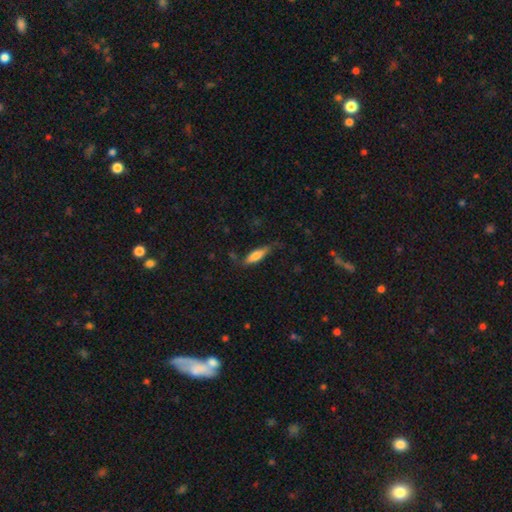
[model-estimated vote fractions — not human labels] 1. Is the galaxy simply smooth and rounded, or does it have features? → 71% smooth, 23% featured or disk, 6% star or artifact.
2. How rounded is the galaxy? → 62% cigar-shaped, 36% in between, 2% round.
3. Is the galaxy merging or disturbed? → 70% none, 22% minor disturbance, 5% major disturbance, 2% merger.